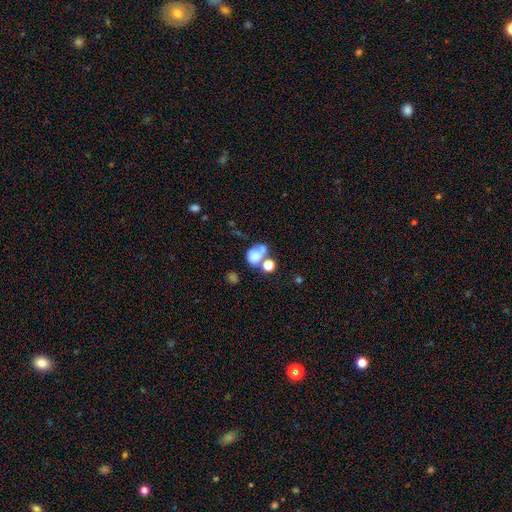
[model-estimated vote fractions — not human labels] This appears to be a smooth galaxy with no disk features (67%) that is in between round and cigar-shaped (54%). Merging: merger (46%).